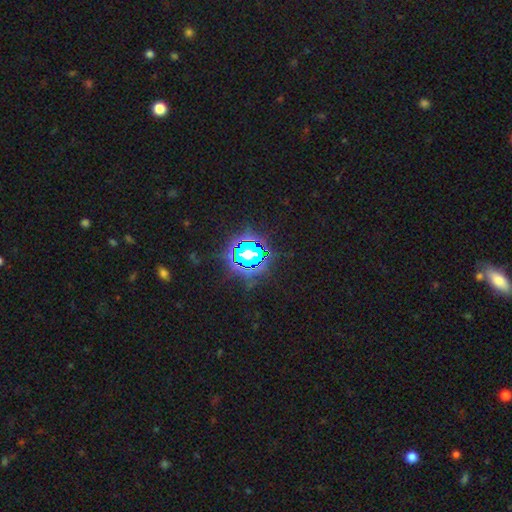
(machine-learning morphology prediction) A star or artifact, not a galaxy (77%).

Vote fractions:
- Smooth or featured? star or artifact: 77% / smooth: 15% / featured or disk: 8%